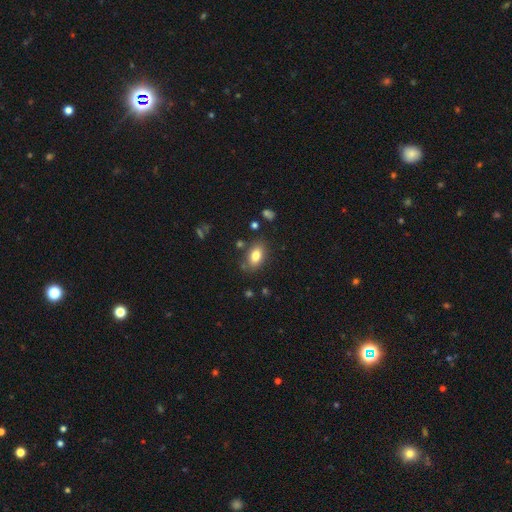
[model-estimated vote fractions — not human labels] Morphology: type=smooth (80%); roundness=in between (88%); merging=none (78%).